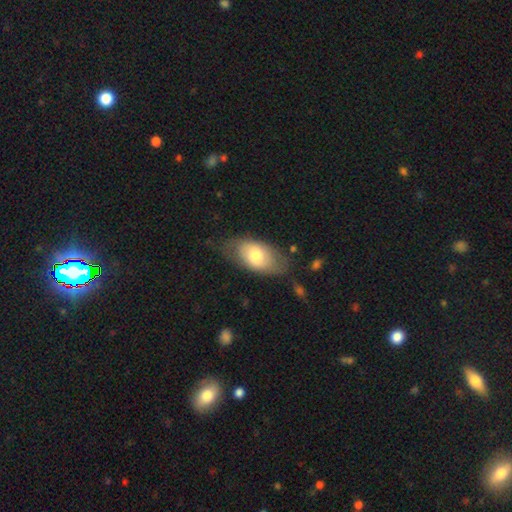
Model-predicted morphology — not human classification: Smooth or featured? Predicted: smooth (p=0.65). How rounded? Predicted: in between (p=0.92). Merging? Predicted: none (p=0.63).